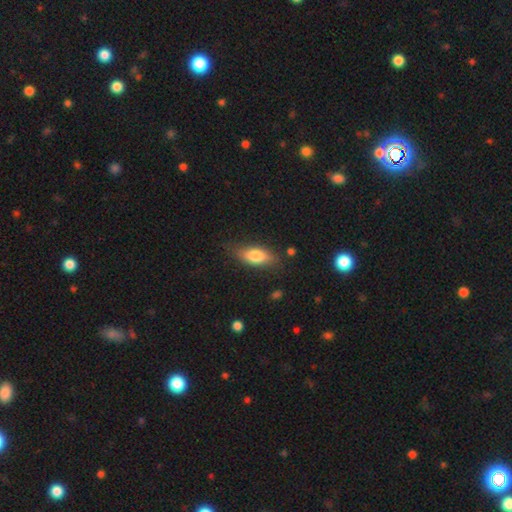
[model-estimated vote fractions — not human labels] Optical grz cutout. It shows a smooth galaxy with no disk features (75%) that is in between round and cigar-shaped (79%). Merging: none (77%).